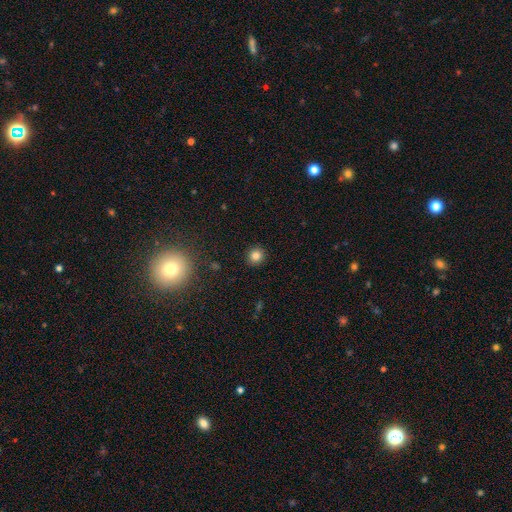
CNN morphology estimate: A smooth galaxy with no disk features (82%) that is round (90%). Merging: none (91%).